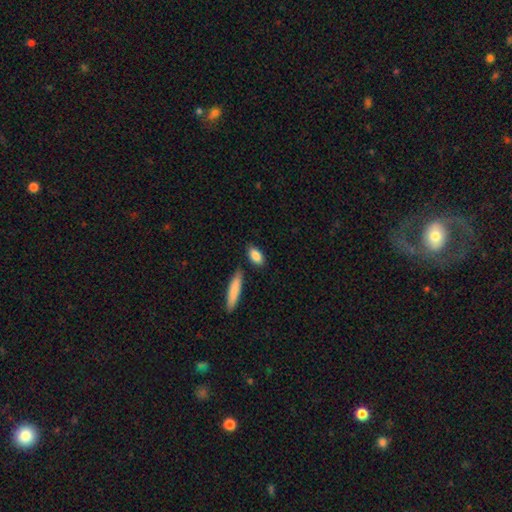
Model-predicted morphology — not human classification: type=smooth (86%); roundness=in between (82%); merging=none (79%).